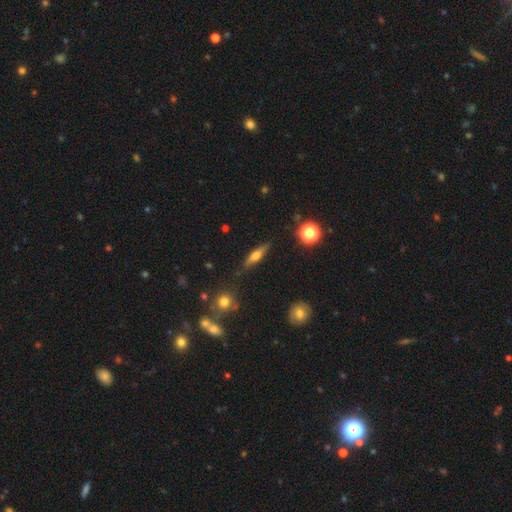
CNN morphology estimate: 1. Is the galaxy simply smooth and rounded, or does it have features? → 50% featured or disk, 42% smooth, 8% star or artifact.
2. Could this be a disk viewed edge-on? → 92% yes, 8% no.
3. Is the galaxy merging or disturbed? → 84% none, 11% minor disturbance, 3% major disturbance, 2% merger.